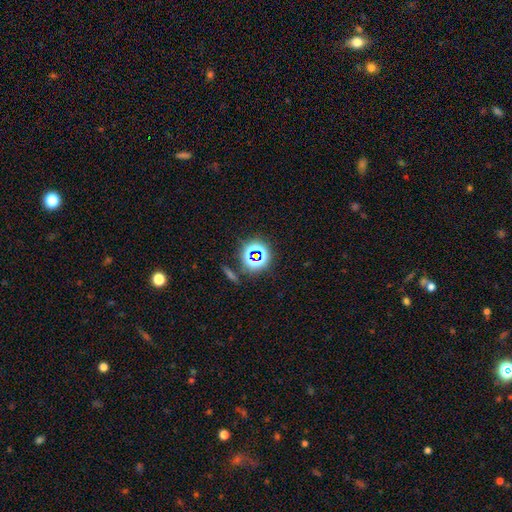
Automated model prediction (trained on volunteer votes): Q: Smooth or featured?
A: star or artifact (65%); runner-up: smooth (25%)